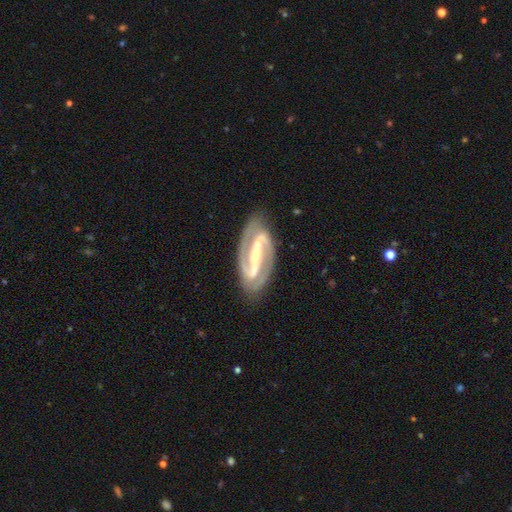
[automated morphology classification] Overall: featured or disk (93%). Edge-on disk: no (96%). Bar: strong (78%). Spiral arms: yes (97%). Spiral arm count: 2 (94%). Spiral winding: medium (51%; tight 34%). Bulge size: small (56%; moderate 33%). Merging: none (85%).